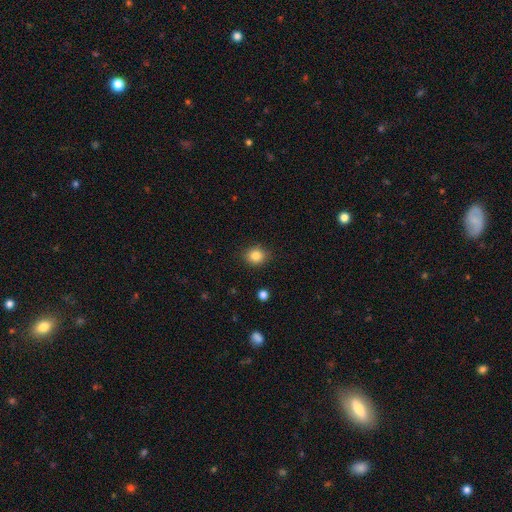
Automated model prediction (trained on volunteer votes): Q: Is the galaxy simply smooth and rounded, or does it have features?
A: smooth — 84%.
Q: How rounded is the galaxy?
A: round — 73%.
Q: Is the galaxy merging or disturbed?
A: none — 88%.